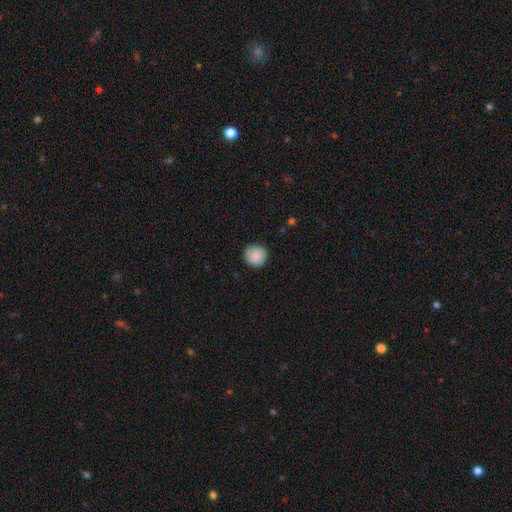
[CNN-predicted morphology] Smooth or featured? Predicted: smooth (p=0.85). How rounded? Predicted: round (p=0.90). Merging? Predicted: none (p=0.85).